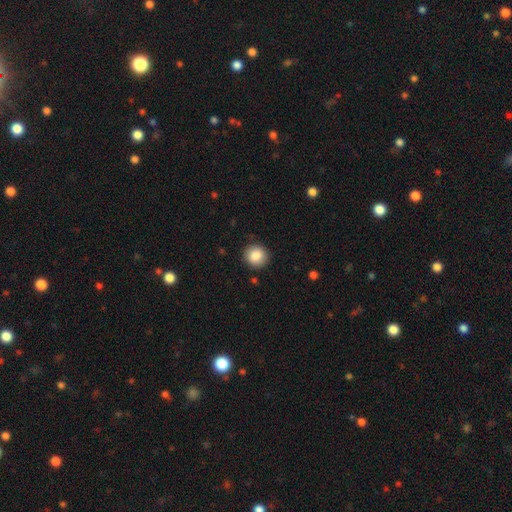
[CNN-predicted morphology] type=smooth (86%); roundness=round (92%); merging=none (90%).